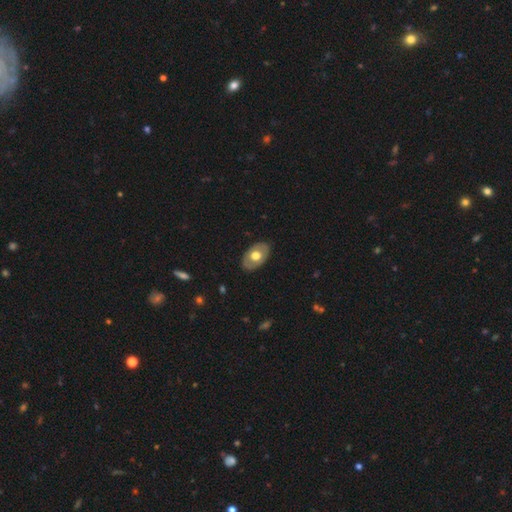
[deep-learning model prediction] Morphology: type=smooth (50%); merging=none (84%).